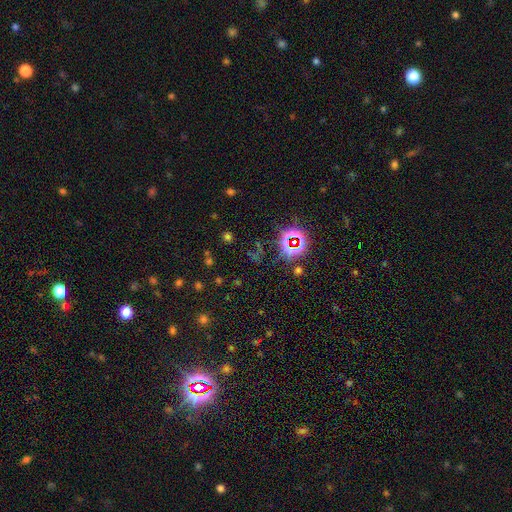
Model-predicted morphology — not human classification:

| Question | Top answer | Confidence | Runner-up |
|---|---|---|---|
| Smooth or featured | star or artifact | 73% | smooth (19%) |